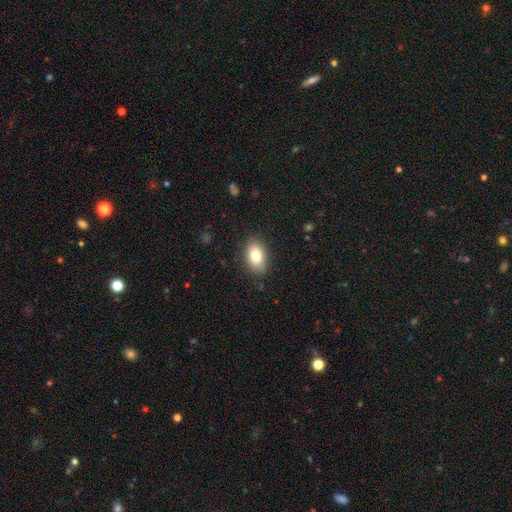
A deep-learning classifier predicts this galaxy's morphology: smooth-or-featured: smooth: 78% | featured or disk: 13% | star or artifact: 8%
  how-rounded: in between: 87% | round: 11% | cigar-shaped: 2%
  merging: none: 83% | minor disturbance: 13% | major disturbance: 3% | merger: 1%